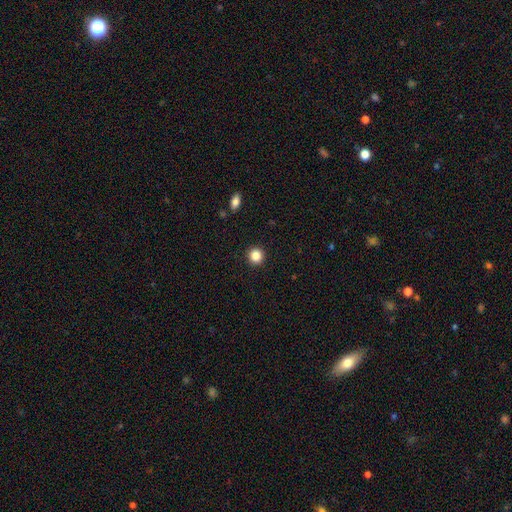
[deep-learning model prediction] Smooth or featured: smooth — 85% (star or artifact — 10%)
How rounded: round — 94% (in between — 5%)
Merging: none — 93% (minor disturbance — 5%)